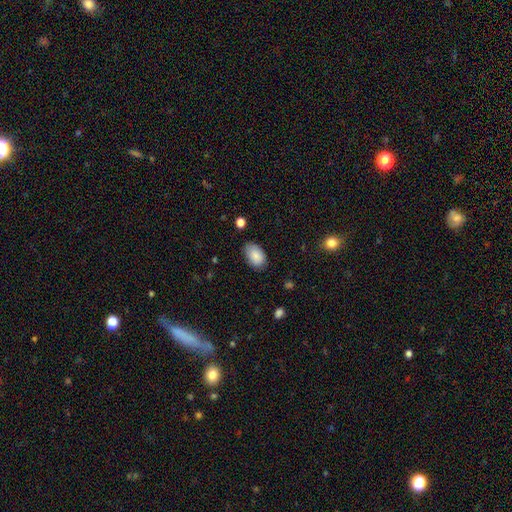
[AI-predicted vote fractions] Smooth or featured? smooth (87%)
How rounded? in between (90%)
Merging? none (79%)